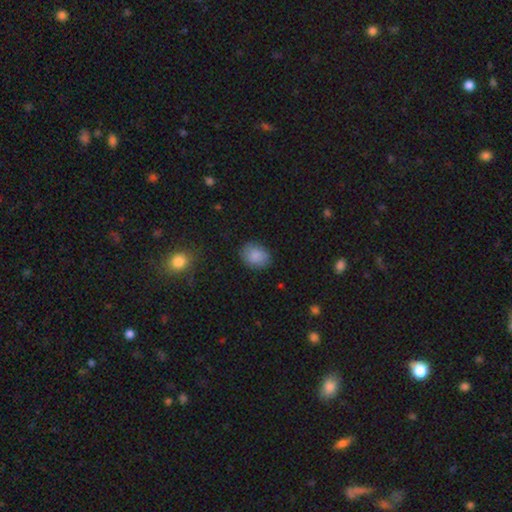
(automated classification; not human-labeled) A smooth galaxy with no disk features (86%) that is in between round and cigar-shaped (56%).

Vote fractions:
- Smooth or featured? smooth: 86% / star or artifact: 8% / featured or disk: 6%
- How rounded? in between: 56% / round: 43% / cigar-shaped: 1%
- Merging? none: 82% / minor disturbance: 13% / major disturbance: 3% / merger: 1%